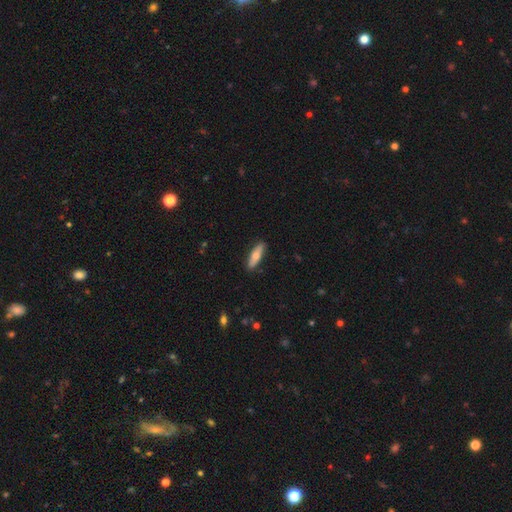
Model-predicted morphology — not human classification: This is likely a smooth galaxy (64%). How rounded: possibly cigar-shaped (60%). Merging: clearly none (88%).